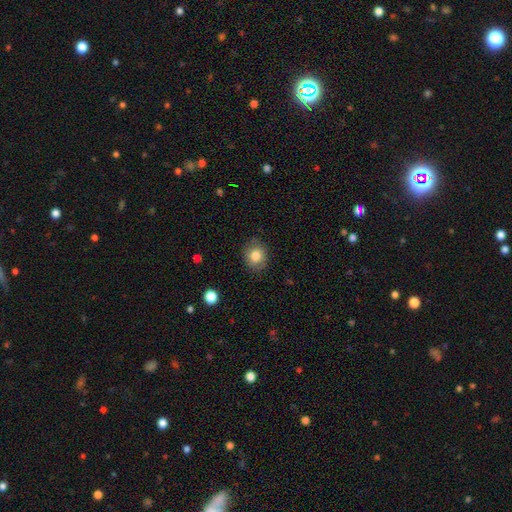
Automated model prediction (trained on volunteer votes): A smooth galaxy with no disk features (82%) that is round (64%).

Vote fractions:
- Smooth or featured? smooth: 82% / star or artifact: 9% / featured or disk: 9%
- How rounded? round: 64% / in between: 35% / cigar-shaped: 1%
- Merging? none: 83% / minor disturbance: 12% / major disturbance: 3% / merger: 1%